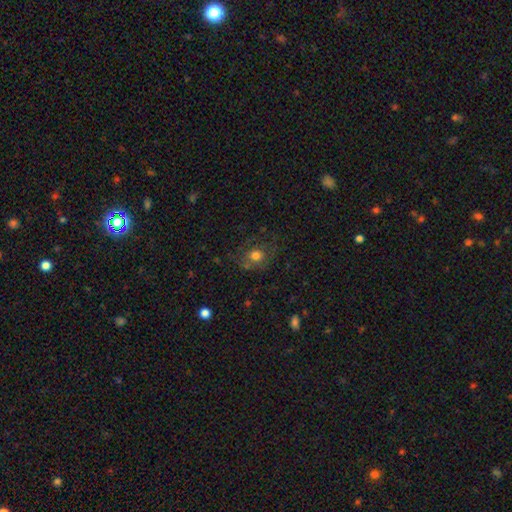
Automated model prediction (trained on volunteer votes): Q: Smooth or featured?
A: smooth (66%); runner-up: featured or disk (21%)
Q: How rounded?
A: round (70%); runner-up: in between (28%)
Q: Merging?
A: none (65%); runner-up: minor disturbance (20%)